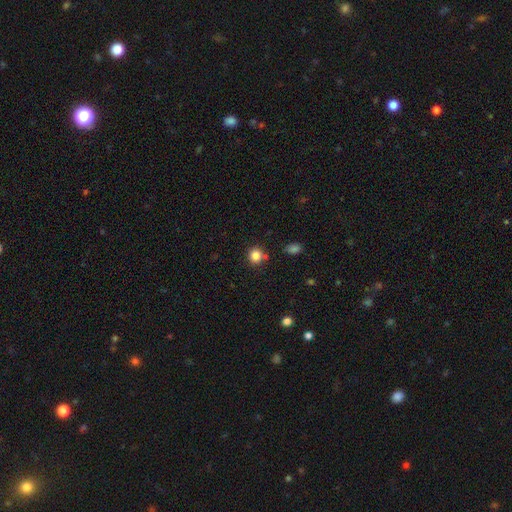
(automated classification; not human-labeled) smooth 82%, star or artifact 12%, featured or disk 6%. Down the decision tree: how rounded — round (88%); merging — none (79%).